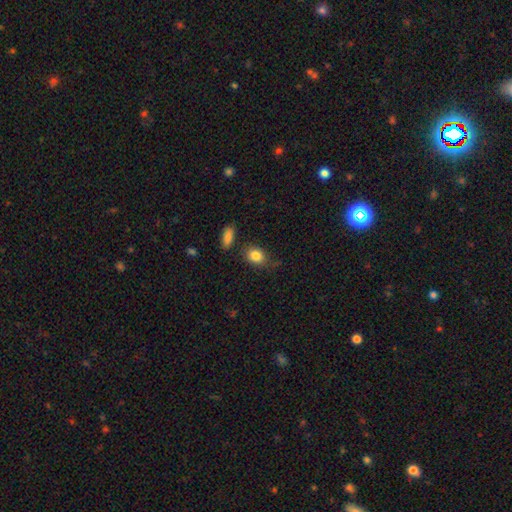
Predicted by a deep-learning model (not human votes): Smooth or featured? Predicted: smooth (p=0.84). How rounded? Predicted: in between (p=0.57). Merging? Predicted: none (p=0.72).